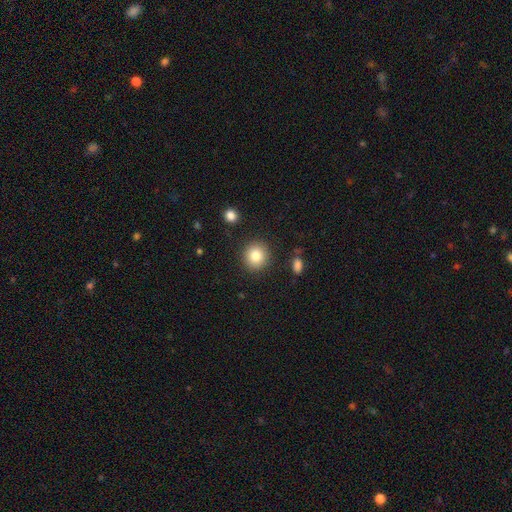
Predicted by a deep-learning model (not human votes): Smooth or featured: smooth — 83% (star or artifact — 10%)
How rounded: round — 89% (in between — 10%)
Merging: none — 89% (minor disturbance — 7%)